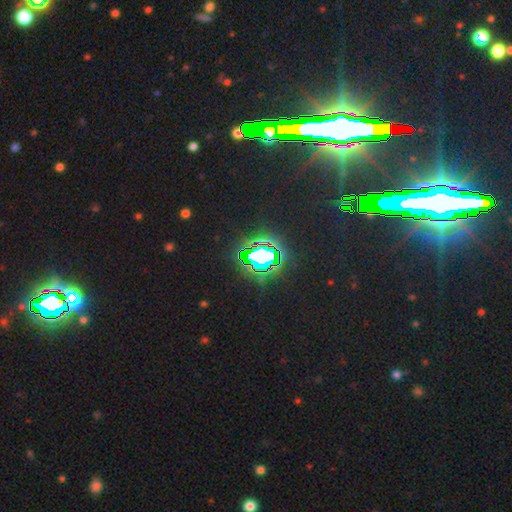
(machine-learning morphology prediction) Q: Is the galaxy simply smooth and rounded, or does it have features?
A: star or artifact — 78%.